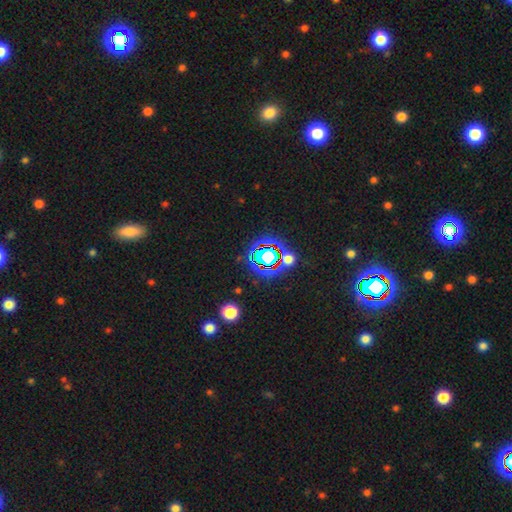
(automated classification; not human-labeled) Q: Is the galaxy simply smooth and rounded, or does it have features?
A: star or artifact — 79%.